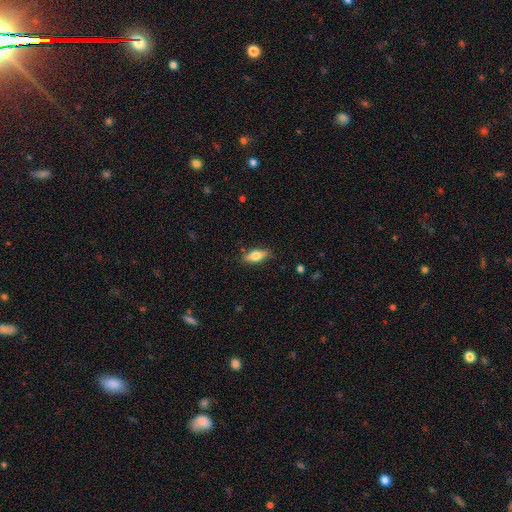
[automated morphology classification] Overall: smooth (74%). How rounded: in between (76%). Merging: none (84%).